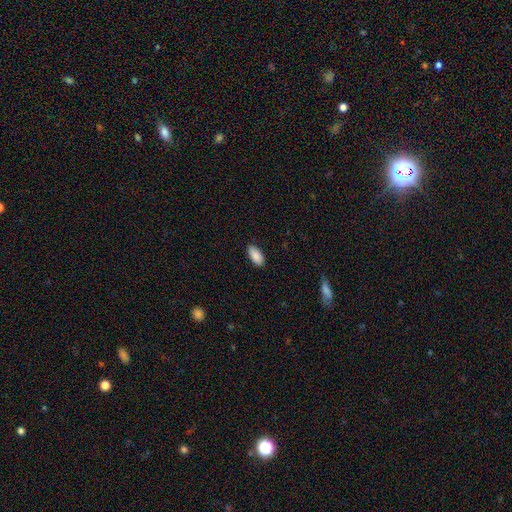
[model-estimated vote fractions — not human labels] Morphology: type=smooth (90%); roundness=in between (91%); merging=none (88%).